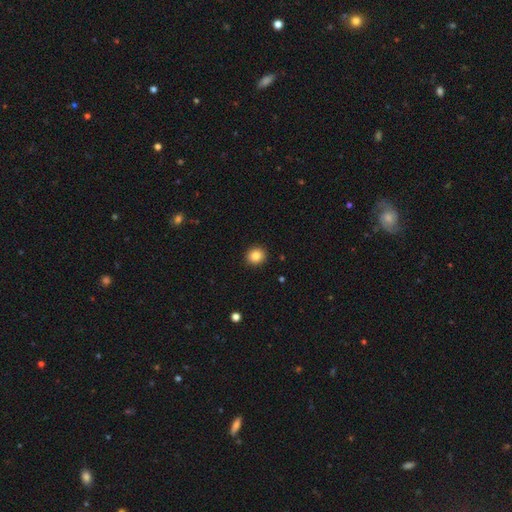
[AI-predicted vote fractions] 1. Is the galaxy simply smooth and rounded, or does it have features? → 85% smooth, 10% star or artifact, 5% featured or disk.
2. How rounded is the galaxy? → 85% round, 14% in between, 1% cigar-shaped.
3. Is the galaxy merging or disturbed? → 92% none, 5% minor disturbance, 2% major disturbance, 1% merger.